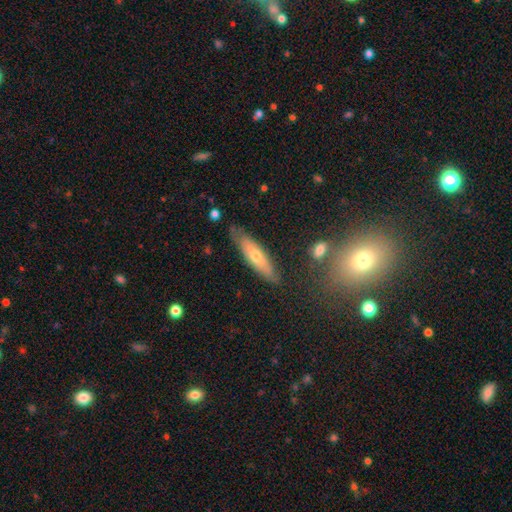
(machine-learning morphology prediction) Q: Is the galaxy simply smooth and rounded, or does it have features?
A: smooth — 52%.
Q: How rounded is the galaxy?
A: cigar-shaped — 75%.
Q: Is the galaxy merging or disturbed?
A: none — 79%.